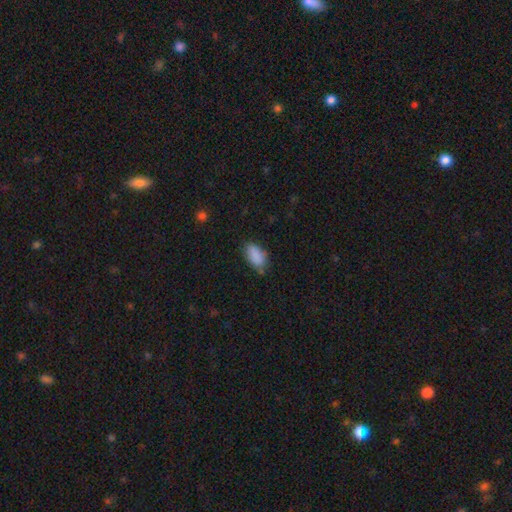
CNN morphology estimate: Smooth or featured: smooth — 87% (star or artifact — 8%)
How rounded: in between — 93% (round — 4%)
Merging: none — 66% (minor disturbance — 26%)